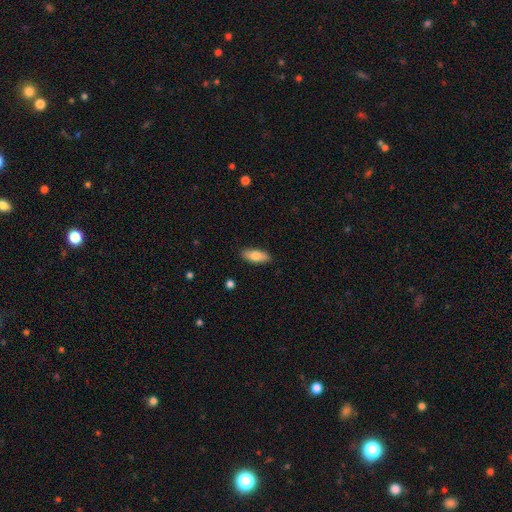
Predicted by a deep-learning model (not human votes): Morphology: type=smooth (78%); roundness=in between (76%); merging=none (88%).